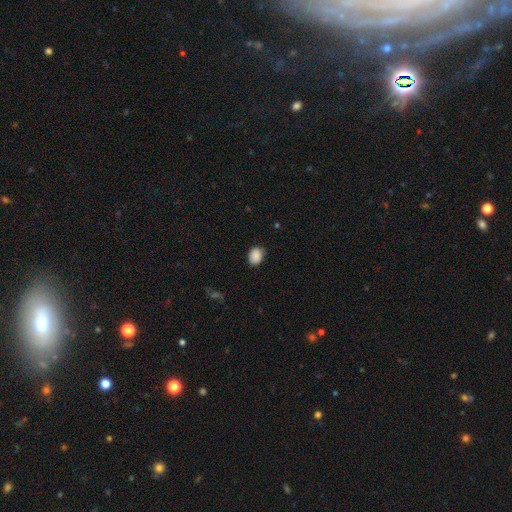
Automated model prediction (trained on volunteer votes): This appears to be a smooth galaxy with no disk features (89%) that is in between round and cigar-shaped (64%). Merging: none (81%).